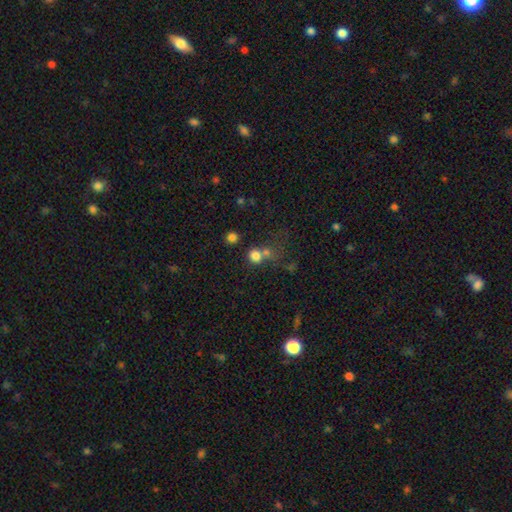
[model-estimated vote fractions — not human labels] A smooth galaxy with no disk features (78%) that is round (83%).

Vote fractions:
- Smooth or featured? smooth: 78% / star or artifact: 14% / featured or disk: 8%
- How rounded? round: 83% / in between: 15% / cigar-shaped: 1%
- Merging? none: 51% / merger: 36% / minor disturbance: 8% / major disturbance: 6%